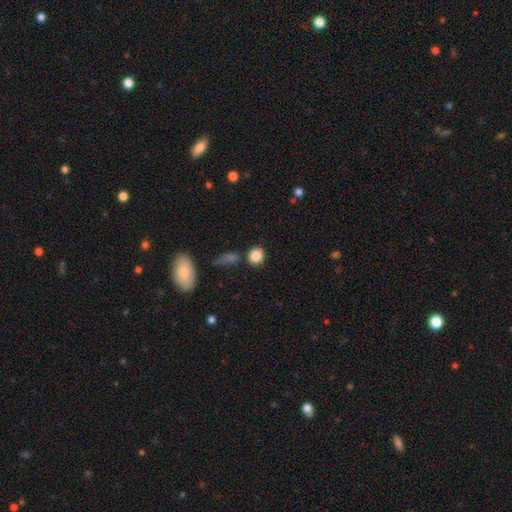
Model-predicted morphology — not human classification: smooth 85%, star or artifact 10%, featured or disk 6%. Down the decision tree: how rounded — round (83%); merging — none (78%).